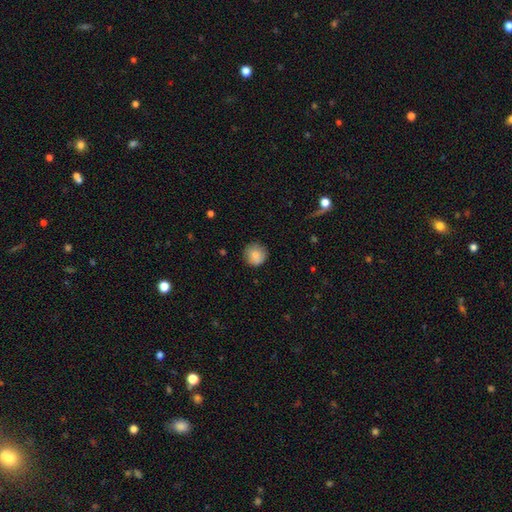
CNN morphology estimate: smooth_or_featured: smooth (p=0.85) [alt: star or artifact p=0.08]
how_rounded: round (p=0.94) [alt: in between p=0.05]
merging: none (p=0.86) [alt: minor disturbance p=0.10]